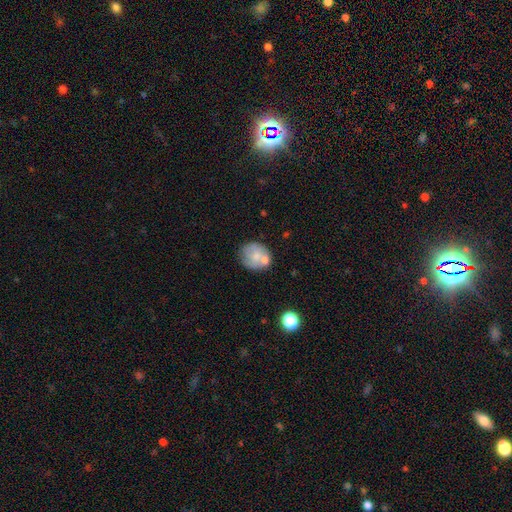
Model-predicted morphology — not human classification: Smooth or featured? Predicted: smooth (p=0.61). How rounded? Predicted: round (p=0.73). Merging? Predicted: none (p=0.52).